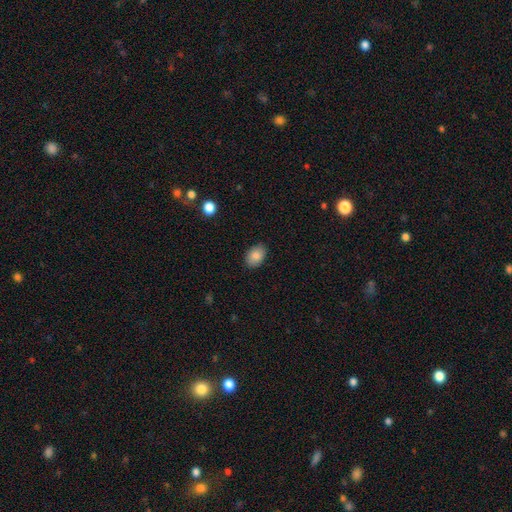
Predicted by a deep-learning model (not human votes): This is clearly a smooth galaxy (87%). How rounded: clearly in between (83%). Merging: clearly none (87%).